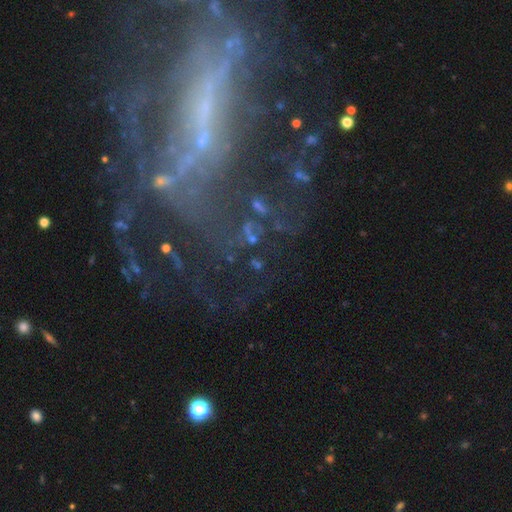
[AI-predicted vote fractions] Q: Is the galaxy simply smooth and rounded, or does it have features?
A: featured or disk — 74%.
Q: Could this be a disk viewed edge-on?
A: no — 88%.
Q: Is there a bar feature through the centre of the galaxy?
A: strong — 38%.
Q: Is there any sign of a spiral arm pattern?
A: yes — 58%.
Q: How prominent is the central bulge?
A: small — 51%.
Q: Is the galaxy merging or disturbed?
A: none — 48%.